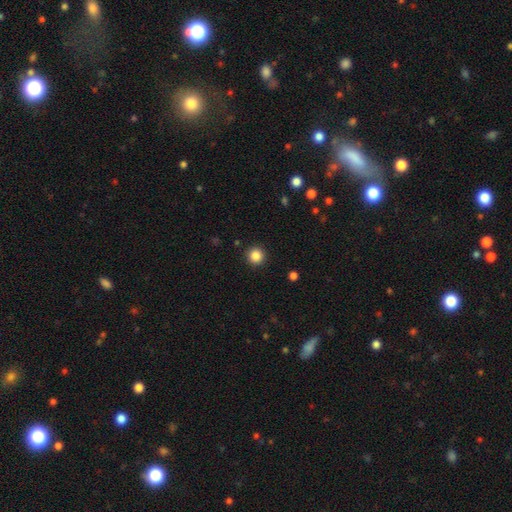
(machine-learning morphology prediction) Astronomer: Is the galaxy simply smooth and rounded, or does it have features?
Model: smooth — 86%.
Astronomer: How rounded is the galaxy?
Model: round — 95%.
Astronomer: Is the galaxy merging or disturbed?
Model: none — 93%.